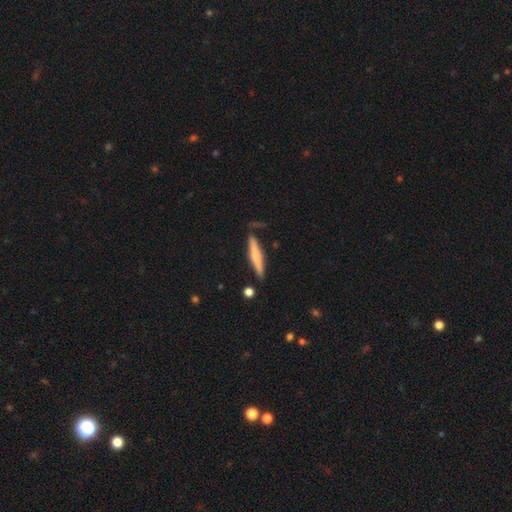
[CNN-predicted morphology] Smooth or featured: smooth — 58% (featured or disk — 36%)
How rounded: cigar-shaped — 92% (in between — 6%)
Merging: none — 81% (minor disturbance — 13%)